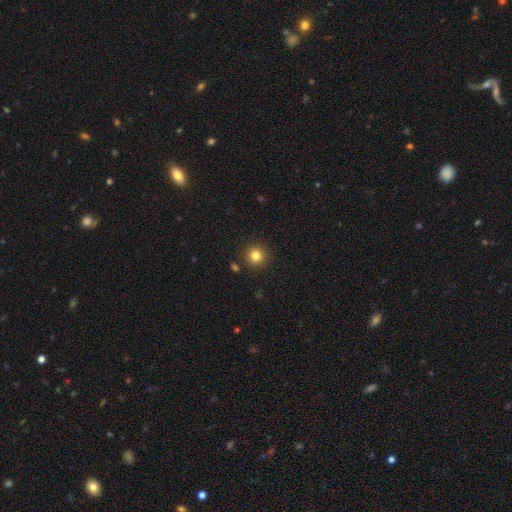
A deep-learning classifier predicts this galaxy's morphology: type=smooth (82%); roundness=round (94%); merging=none (89%).